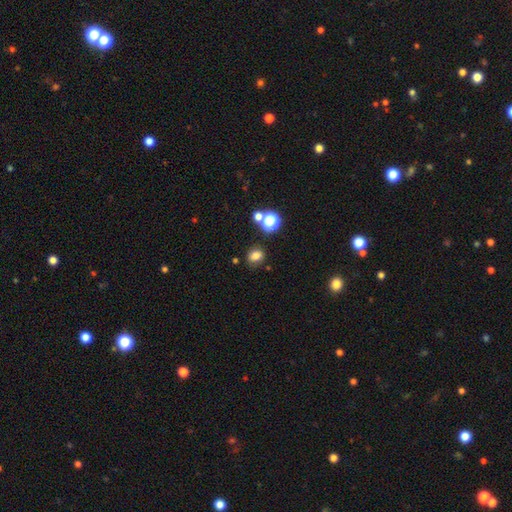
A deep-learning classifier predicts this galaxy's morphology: smooth_or_featured: smooth (p=0.78) [alt: star or artifact p=0.15]
how_rounded: in between (p=0.50) [alt: round p=0.49]
merging: none (p=0.78) [alt: minor disturbance p=0.12]